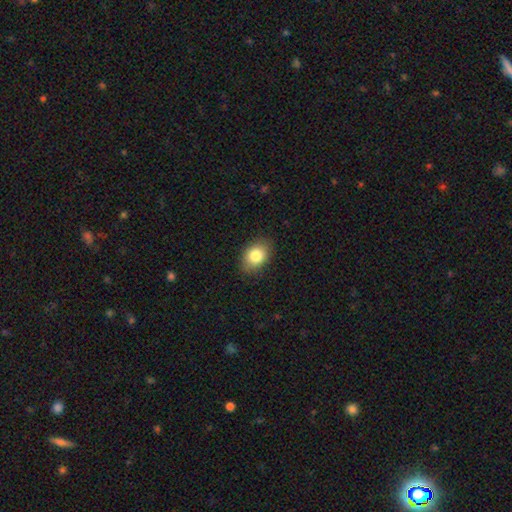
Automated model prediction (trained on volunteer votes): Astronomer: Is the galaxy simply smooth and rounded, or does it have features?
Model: smooth — 83%.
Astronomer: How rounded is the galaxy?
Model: in between — 76%.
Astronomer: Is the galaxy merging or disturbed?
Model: none — 85%.